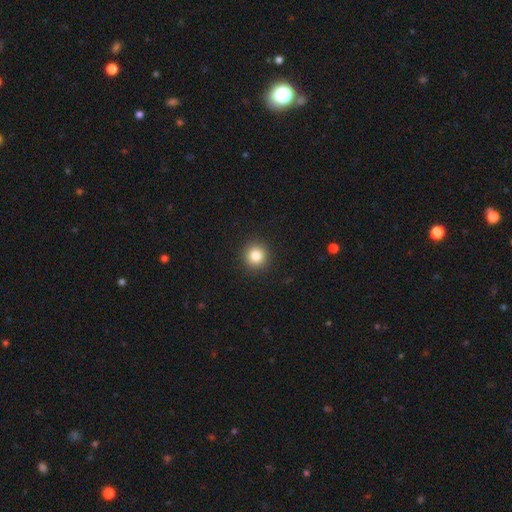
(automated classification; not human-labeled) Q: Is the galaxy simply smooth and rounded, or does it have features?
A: smooth — 83%.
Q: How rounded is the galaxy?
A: round — 93%.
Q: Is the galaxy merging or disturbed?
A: none — 92%.